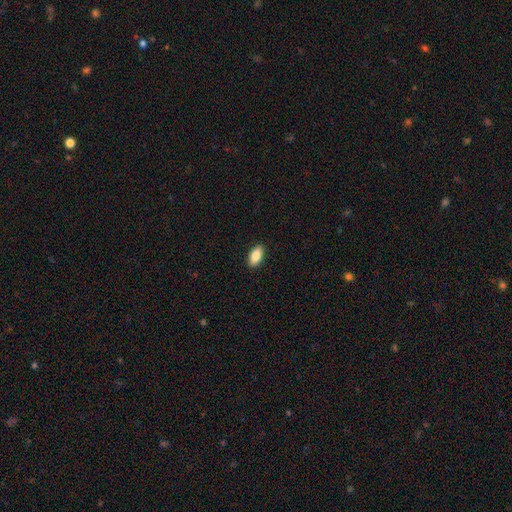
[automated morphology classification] smooth 85%, featured or disk 9%, star or artifact 7%. Down the decision tree: how rounded — in between (91%); merging — none (90%).